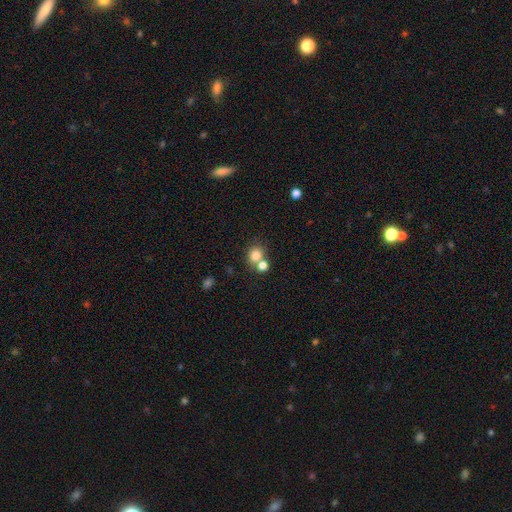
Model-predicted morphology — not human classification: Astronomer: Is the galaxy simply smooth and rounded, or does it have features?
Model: smooth — 79%.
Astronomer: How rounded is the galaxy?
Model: round — 75%.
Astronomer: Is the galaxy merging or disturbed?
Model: none — 51% (runner-up: merger, 38%).